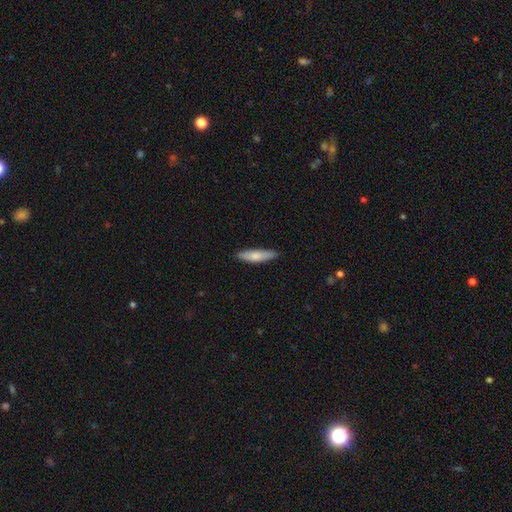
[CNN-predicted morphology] smooth 75%, featured or disk 19%, star or artifact 5%. Down the decision tree: how rounded — cigar-shaped (75%); merging — none (88%).